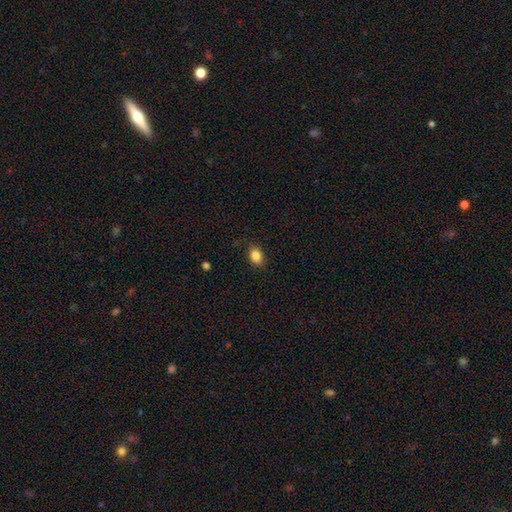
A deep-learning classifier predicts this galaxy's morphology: Smooth or featured?
  - smooth: 86% *
  - star or artifact: 9%
  - featured or disk: 5%
How rounded?
  - in between: 80% *
  - round: 18%
  - cigar-shaped: 1%
Merging?
  - none: 85% *
  - minor disturbance: 11%
  - major disturbance: 3%
  - merger: 1%